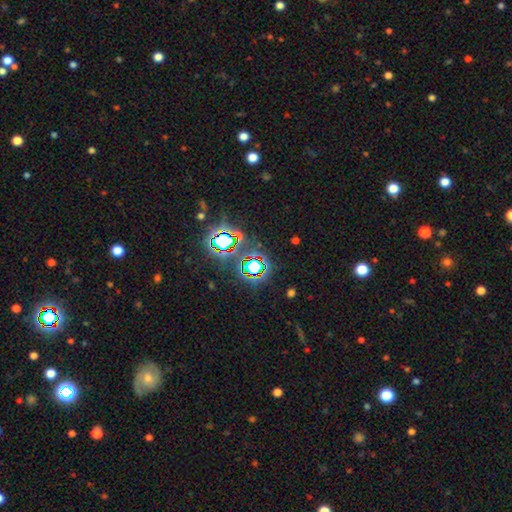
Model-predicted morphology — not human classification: Smooth or featured: star or artifact — 63% (smooth — 26%)